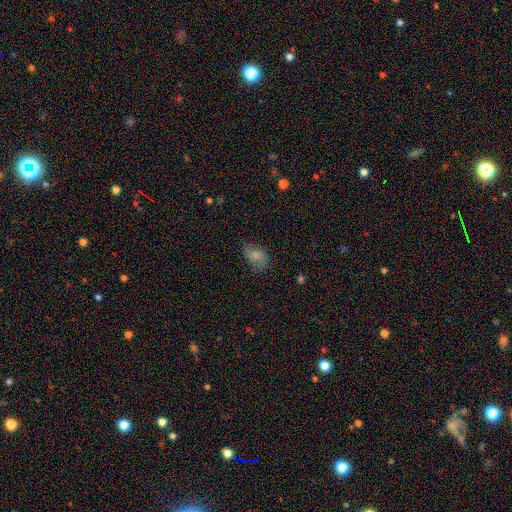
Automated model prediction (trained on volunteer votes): Smooth or featured: smooth — 67% (featured or disk — 22%)
How rounded: in between — 85% (round — 13%)
Merging: none — 58% (minor disturbance — 28%)